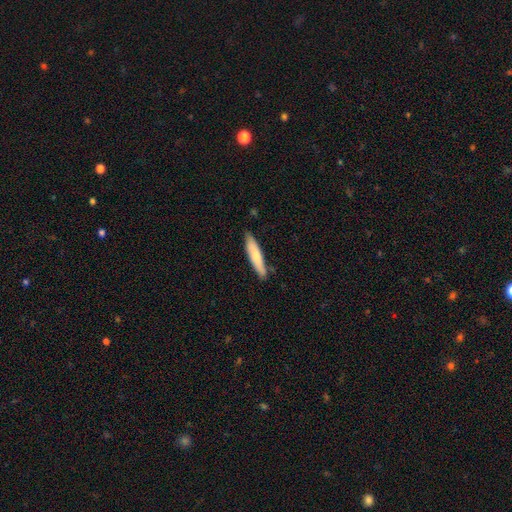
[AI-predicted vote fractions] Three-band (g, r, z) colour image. It shows a smooth galaxy with no disk features (71%) that is cigar-shaped (84%). Merging: none (82%).